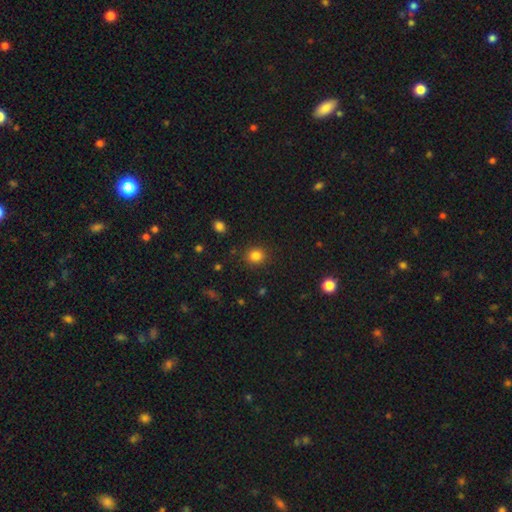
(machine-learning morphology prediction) smooth-or-featured: smooth: 84% | star or artifact: 12% | featured or disk: 4%
  how-rounded: round: 79% | in between: 20% | cigar-shaped: 1%
  merging: none: 88% | minor disturbance: 7% | major disturbance: 3% | merger: 2%